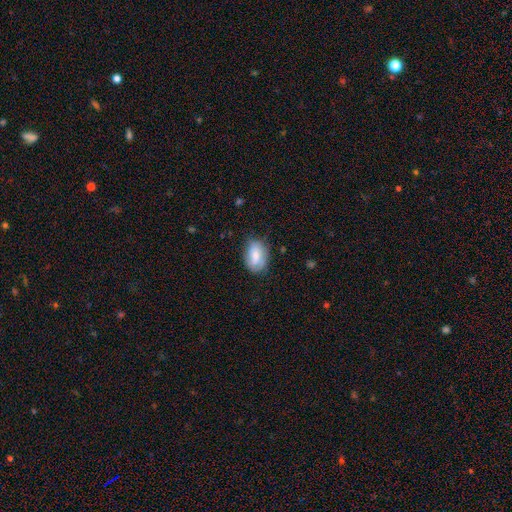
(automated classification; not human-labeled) A smooth galaxy with no disk features (71%) that is in between round and cigar-shaped (85%).

Vote fractions:
- Smooth or featured? smooth: 71% / featured or disk: 22% / star or artifact: 7%
- How rounded? in between: 85% / round: 14% / cigar-shaped: 2%
- Merging? none: 66% / minor disturbance: 26% / major disturbance: 7% / merger: 2%